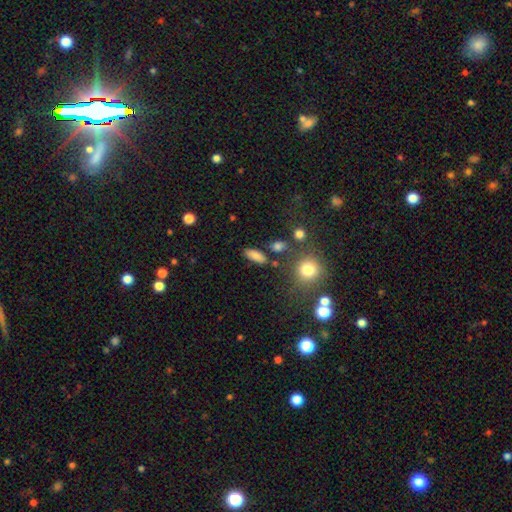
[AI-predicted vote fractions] A smooth galaxy with no disk features (81%) that is in between round and cigar-shaped (74%). Merging: none (79%).